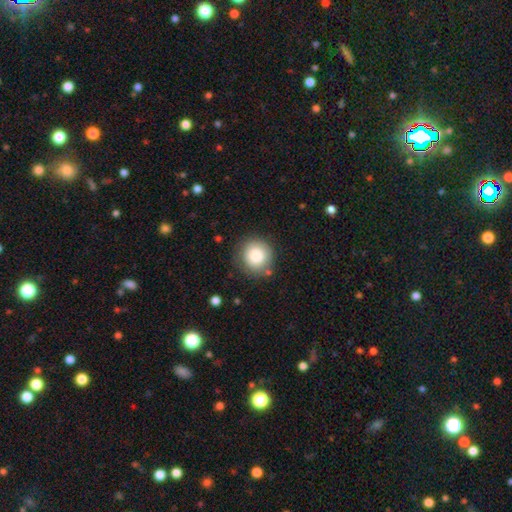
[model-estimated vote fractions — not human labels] This is clearly a smooth galaxy (82%). How rounded: clearly round (92%). Merging: clearly none (81%).